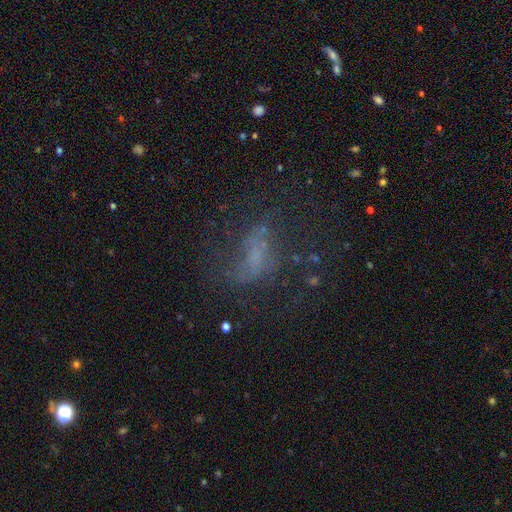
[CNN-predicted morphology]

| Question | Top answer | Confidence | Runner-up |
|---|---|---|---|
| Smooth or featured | featured or disk | 47% | smooth (28%) |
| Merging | none | 46% | major disturbance (32%) |